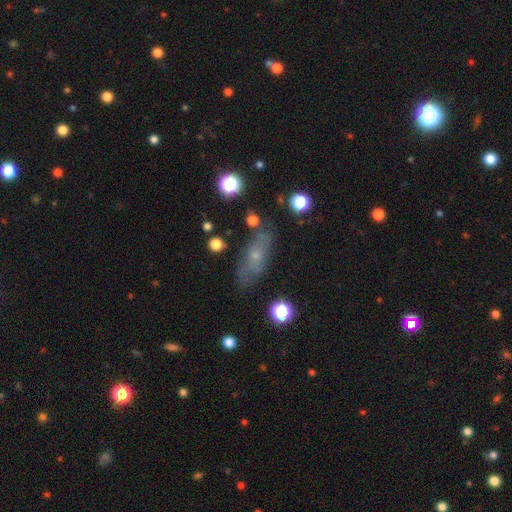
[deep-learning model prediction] A smooth galaxy with no disk features (46%). Merging: none (73%).